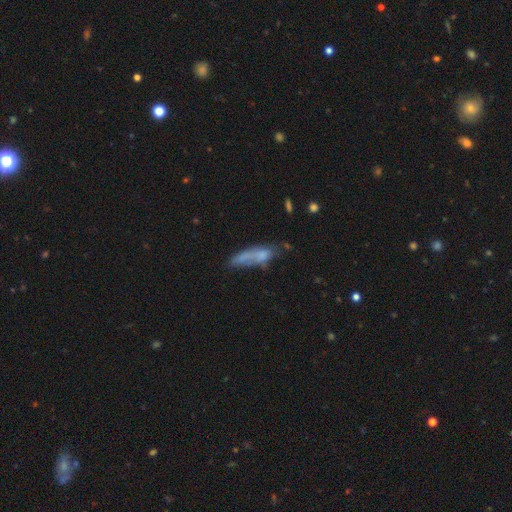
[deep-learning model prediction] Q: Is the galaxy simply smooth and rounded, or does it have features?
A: smooth — 56%.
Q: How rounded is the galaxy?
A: cigar-shaped — 63%.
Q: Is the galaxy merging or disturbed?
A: none — 39%.